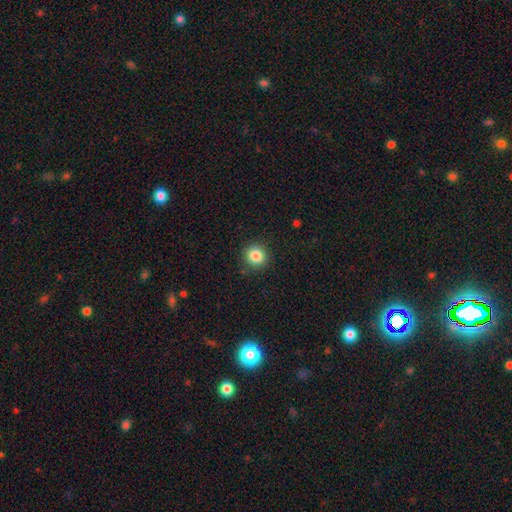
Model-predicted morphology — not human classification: smooth-or-featured: smooth: 85% | star or artifact: 11% | featured or disk: 5%
  how-rounded: round: 92% | in between: 7% | cigar-shaped: 1%
  merging: none: 90% | minor disturbance: 7% | major disturbance: 2% | merger: 1%